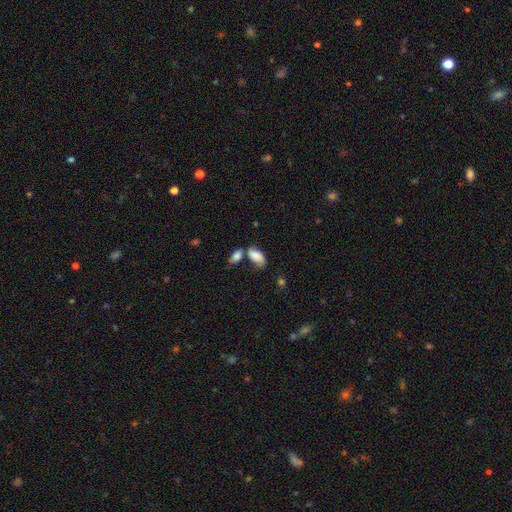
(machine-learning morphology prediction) This is clearly a smooth galaxy (81%). How rounded: clearly in between (92%). Merging: marginally none (39%).